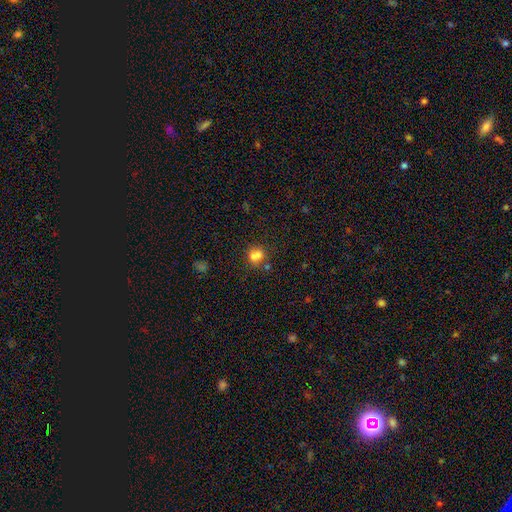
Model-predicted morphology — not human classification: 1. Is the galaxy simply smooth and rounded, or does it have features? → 72% smooth, 16% star or artifact, 12% featured or disk.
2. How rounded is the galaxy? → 62% round, 36% in between, 2% cigar-shaped.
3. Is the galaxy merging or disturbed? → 52% none, 30% merger, 13% minor disturbance, 5% major disturbance.